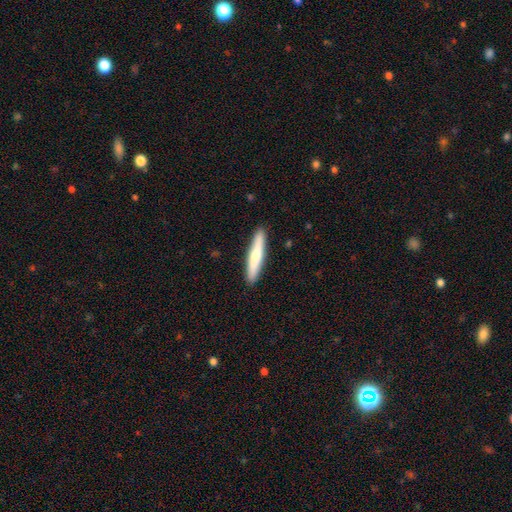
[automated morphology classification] smooth-or-featured: smooth: 66% | featured or disk: 29% | star or artifact: 5%
  how-rounded: cigar-shaped: 92% | in between: 7% | round: 1%
  merging: none: 91% | minor disturbance: 7% | major disturbance: 1% | merger: 1%